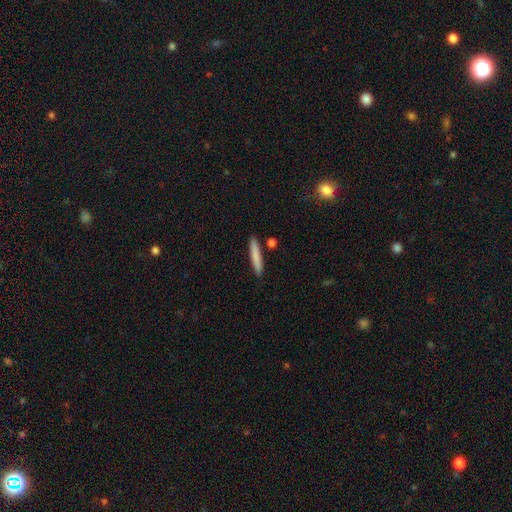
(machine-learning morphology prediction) type=smooth (80%); roundness=cigar-shaped (93%); merging=none (88%).